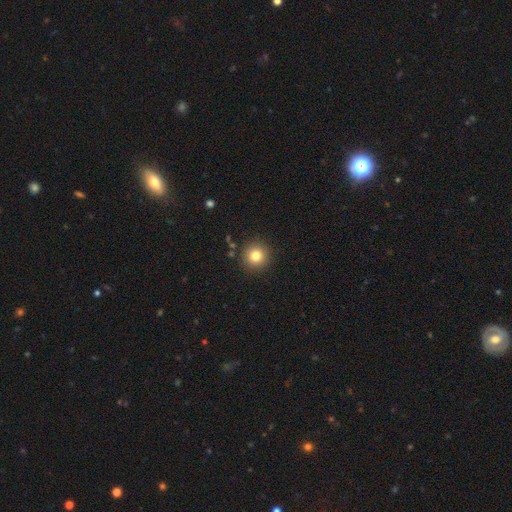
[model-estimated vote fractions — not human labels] This appears to be a smooth galaxy with no disk features (81%) that is round (94%). Merging: none (89%).